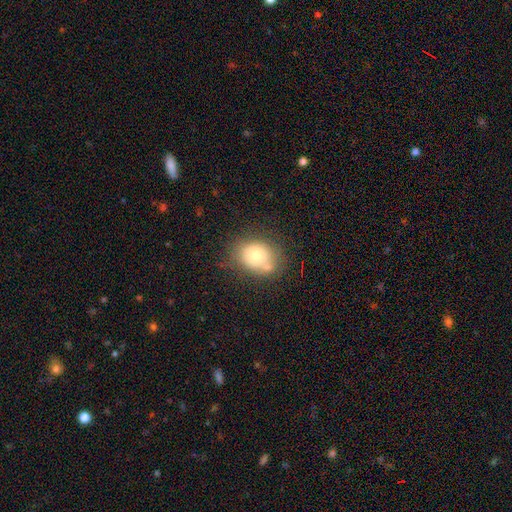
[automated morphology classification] Smooth or featured? smooth (69%)
How rounded? round (54%)
Merging? none (52%)